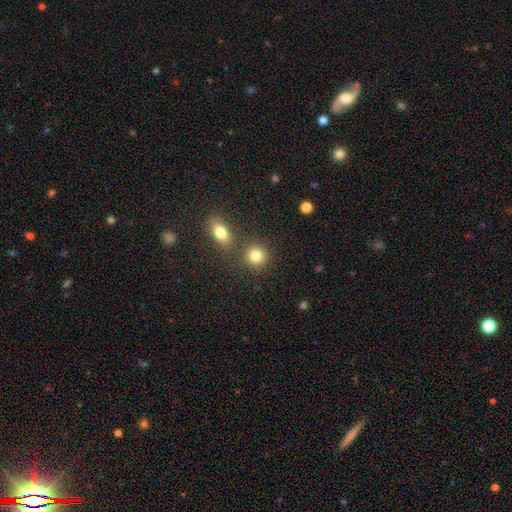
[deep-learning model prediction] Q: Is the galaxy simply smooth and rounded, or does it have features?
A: smooth — 82%.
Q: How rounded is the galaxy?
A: round — 86%.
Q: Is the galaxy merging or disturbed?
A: none — 76%.